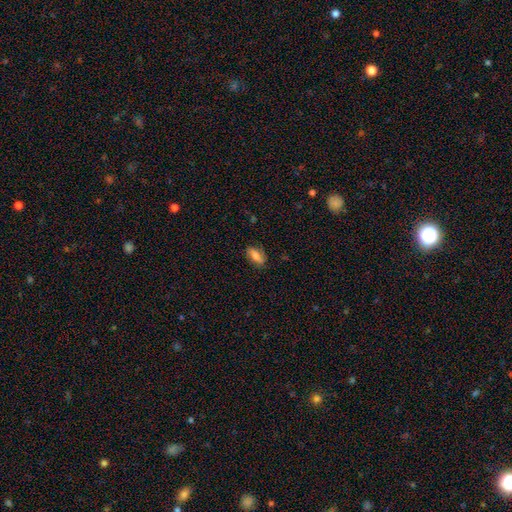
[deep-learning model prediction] This appears to be a smooth galaxy with no disk features (72%) that is in between round and cigar-shaped (84%). Merging: none (80%).